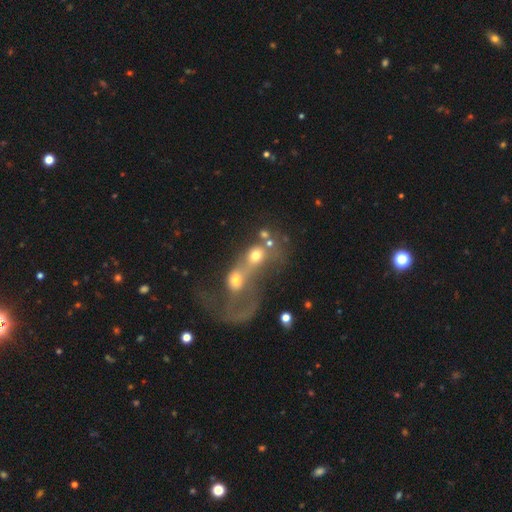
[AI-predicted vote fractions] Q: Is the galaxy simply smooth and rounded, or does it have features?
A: smooth — 55%.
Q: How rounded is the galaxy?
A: round — 61%.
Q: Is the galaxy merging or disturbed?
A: merger — 76%.